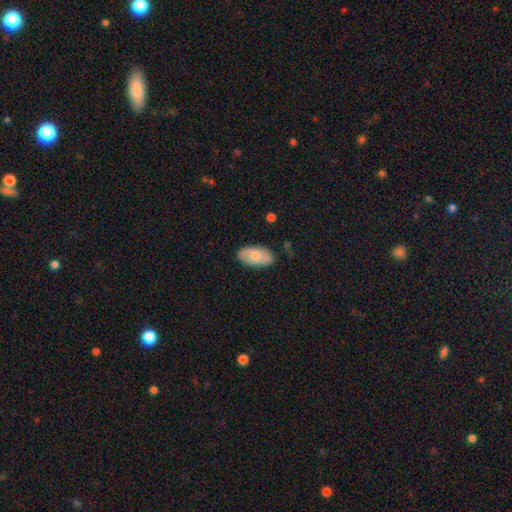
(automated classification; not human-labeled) Morphology: type=smooth (69%); roundness=in between (94%); merging=none (82%).